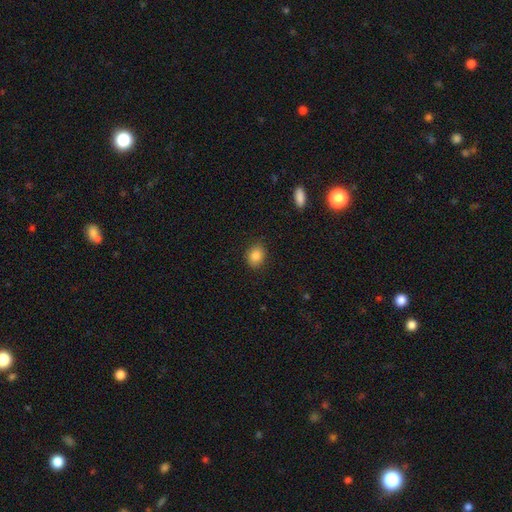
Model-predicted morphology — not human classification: Q: Smooth or featured?
A: smooth (85%); runner-up: star or artifact (10%)
Q: How rounded?
A: round (54%); runner-up: in between (45%)
Q: Merging?
A: none (88%); runner-up: minor disturbance (9%)